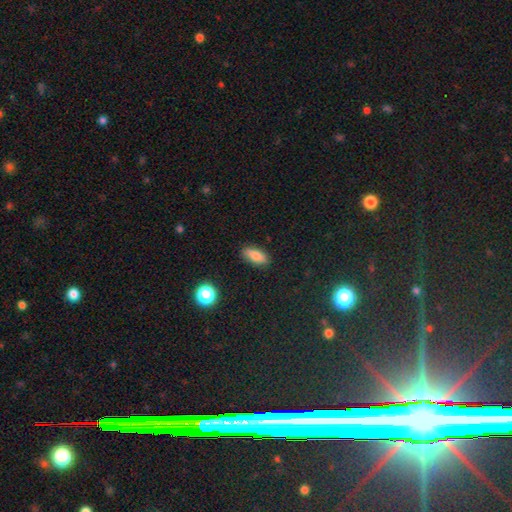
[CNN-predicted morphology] This is clearly a smooth galaxy (81%). How rounded: likely in between (76%). Merging: clearly none (86%).